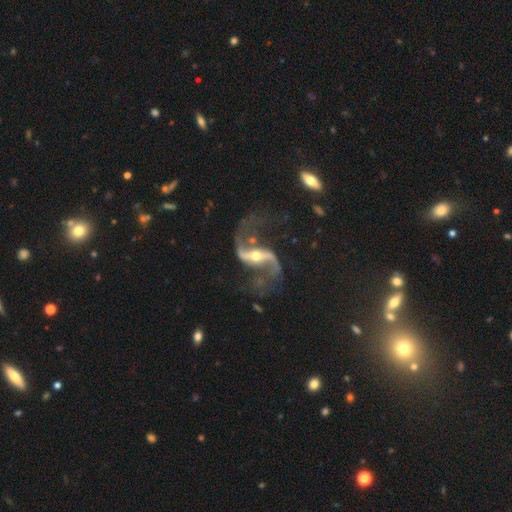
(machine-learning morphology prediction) Overall: featured or disk (93%). Edge-on disk: no (96%). Bar: strong (48%; weak 29%). Spiral arms: yes (97%). Spiral arm count: 2 (94%). Spiral winding: loose (87%). Bulge size: moderate (50%; small 44%). Merging: none (70%).